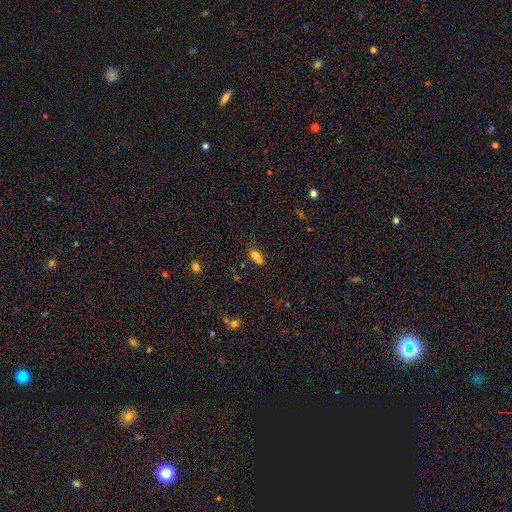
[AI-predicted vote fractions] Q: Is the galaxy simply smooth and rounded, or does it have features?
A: smooth — 71%.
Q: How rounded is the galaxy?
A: in between — 73%.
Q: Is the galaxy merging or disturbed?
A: none — 39%.